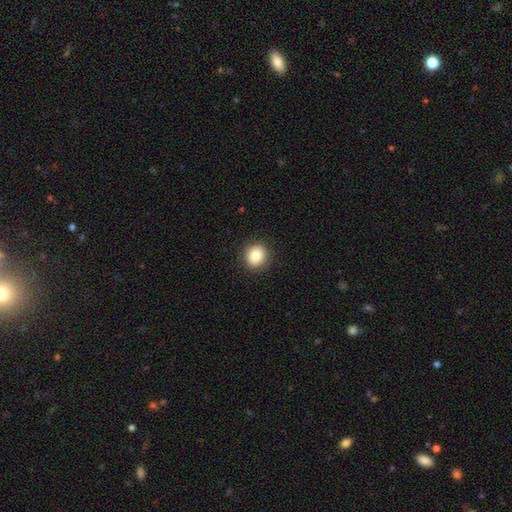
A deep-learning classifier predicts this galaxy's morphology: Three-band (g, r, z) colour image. It shows a smooth galaxy with no disk features (83%) that is round (88%). Merging: none (91%).